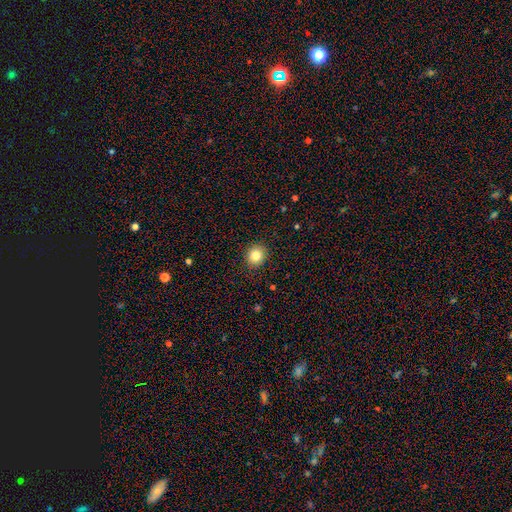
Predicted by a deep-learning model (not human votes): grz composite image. It shows a smooth galaxy with no disk features (82%) that is round (81%). Merging: none (91%).